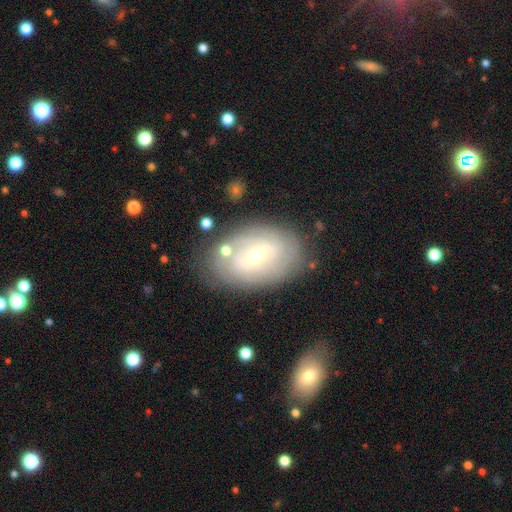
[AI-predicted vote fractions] A featured or disk galaxy (73%) with a weak bar (48%), spiral arms (67%) and a small central bulge (52%).

Vote fractions:
- Smooth or featured? featured or disk: 73% / smooth: 20% / star or artifact: 7%
- Edge-on disk? no: 93% / yes: 7%
- Bar? weak: 48% / strong: 34% / no: 18%
- Spiral arms? yes: 67% / no: 33%
- Bulge size? small: 52% / moderate: 45% / large: 2% / none: 1% / dominant: 1%
- Merging? none: 77% / minor disturbance: 15% / major disturbance: 5% / merger: 3%